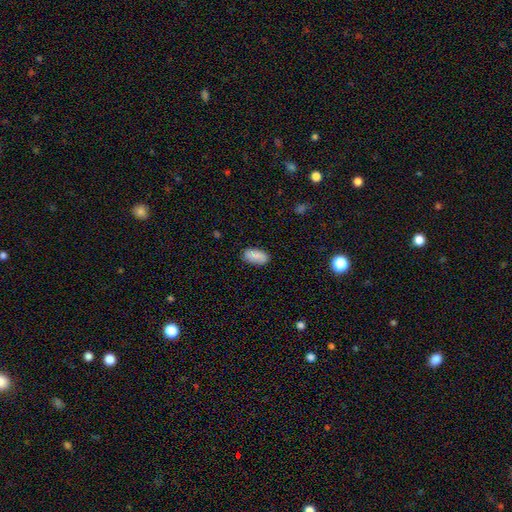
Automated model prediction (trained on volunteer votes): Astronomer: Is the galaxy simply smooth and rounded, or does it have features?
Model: smooth — 86%.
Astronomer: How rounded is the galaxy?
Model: in between — 91%.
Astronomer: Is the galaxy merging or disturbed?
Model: none — 84%.